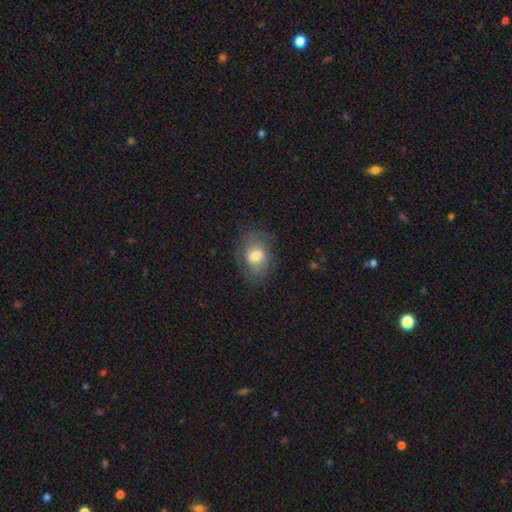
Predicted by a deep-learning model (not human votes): A smooth galaxy with no disk features (64%) that is in between round and cigar-shaped (69%).

Vote fractions:
- Smooth or featured? smooth: 64% / featured or disk: 28% / star or artifact: 9%
- How rounded? in between: 69% / round: 30% / cigar-shaped: 1%
- Merging? none: 69% / minor disturbance: 20% / major disturbance: 10% / merger: 1%